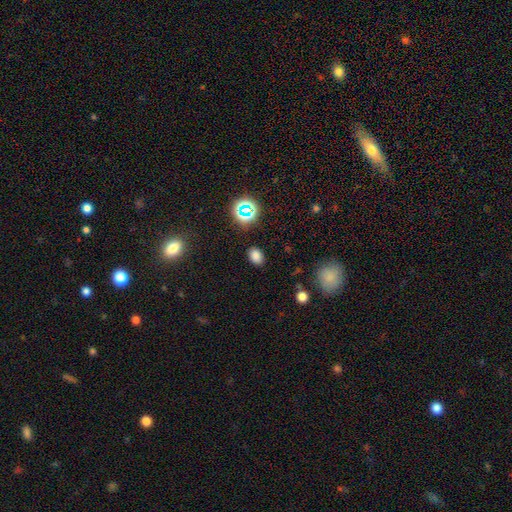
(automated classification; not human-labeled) Q: Smooth or featured?
A: smooth (77%); runner-up: star or artifact (18%)
Q: How rounded?
A: in between (75%); runner-up: round (24%)
Q: Merging?
A: none (86%); runner-up: minor disturbance (10%)